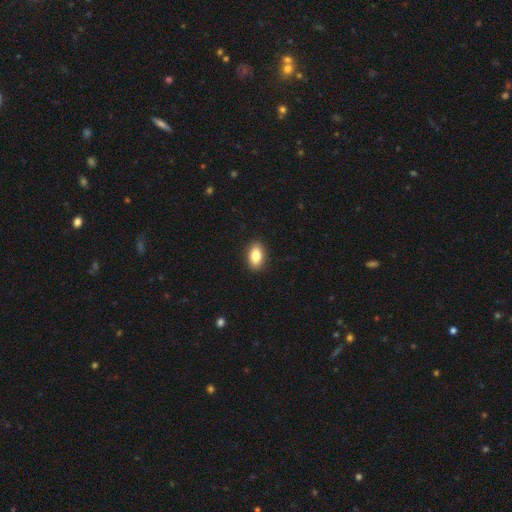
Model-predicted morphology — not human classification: Smooth or featured? Predicted: smooth (p=0.85). How rounded? Predicted: in between (p=0.89). Merging? Predicted: none (p=0.91).